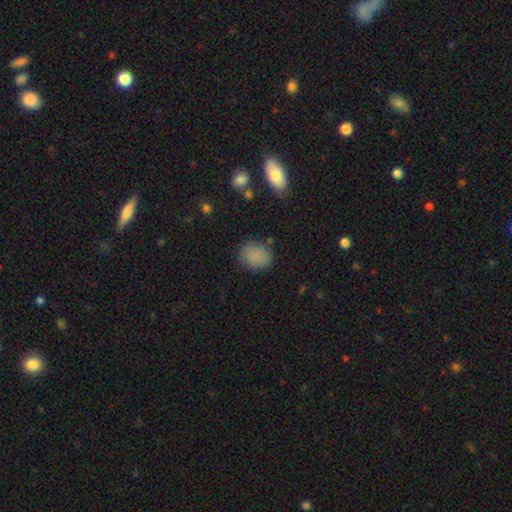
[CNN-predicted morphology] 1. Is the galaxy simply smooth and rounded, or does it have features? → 84% smooth, 10% star or artifact, 6% featured or disk.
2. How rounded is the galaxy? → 54% round, 45% in between, 1% cigar-shaped.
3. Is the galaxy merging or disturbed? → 79% none, 15% minor disturbance, 4% major disturbance, 2% merger.